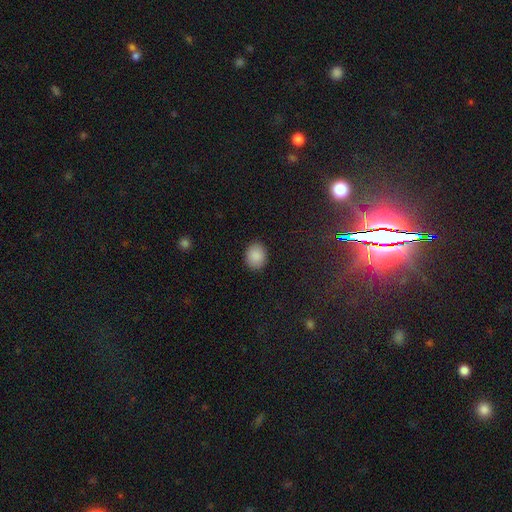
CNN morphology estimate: Q: Smooth or featured?
A: smooth (89%); runner-up: star or artifact (8%)
Q: How rounded?
A: round (62%); runner-up: in between (37%)
Q: Merging?
A: none (90%); runner-up: minor disturbance (7%)